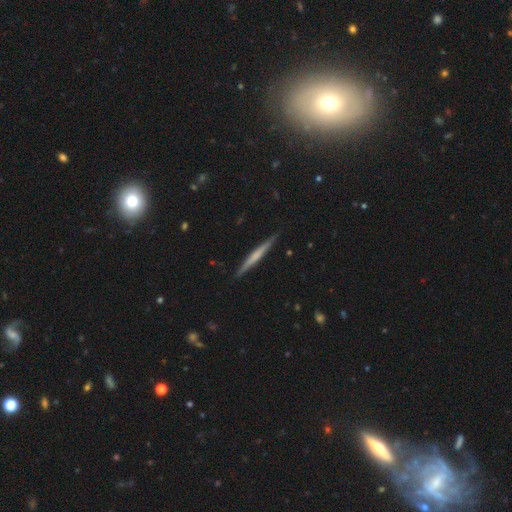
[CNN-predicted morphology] Smooth or featured: featured or disk — 55% (smooth — 40%)
Edge-on disk: yes — 97% (no — 3%)
Edge-on bulge: none — 60% (rounded — 28%)
Merging: none — 89% (minor disturbance — 8%)